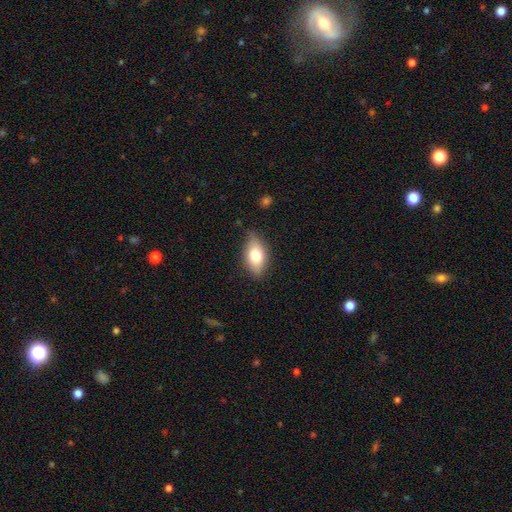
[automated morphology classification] smooth 73%, featured or disk 20%, star or artifact 7%. Down the decision tree: how rounded — in between (88%); merging — none (75%).